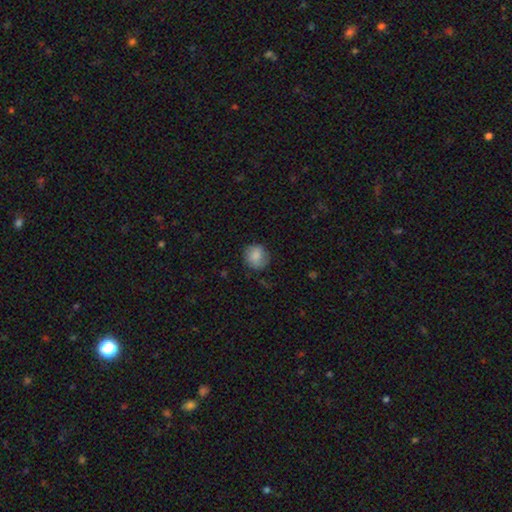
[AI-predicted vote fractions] Morphology: type=smooth (84%); roundness=round (84%); merging=none (78%).